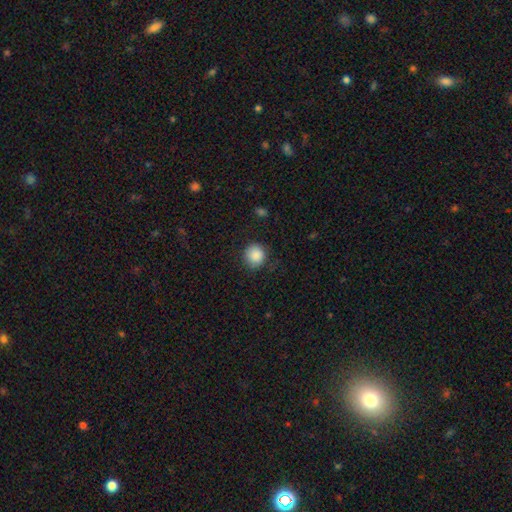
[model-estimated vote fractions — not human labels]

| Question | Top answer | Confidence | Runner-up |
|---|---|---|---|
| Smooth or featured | smooth | 88% | star or artifact (8%) |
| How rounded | round | 90% | in between (9%) |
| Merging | none | 83% | minor disturbance (12%) |